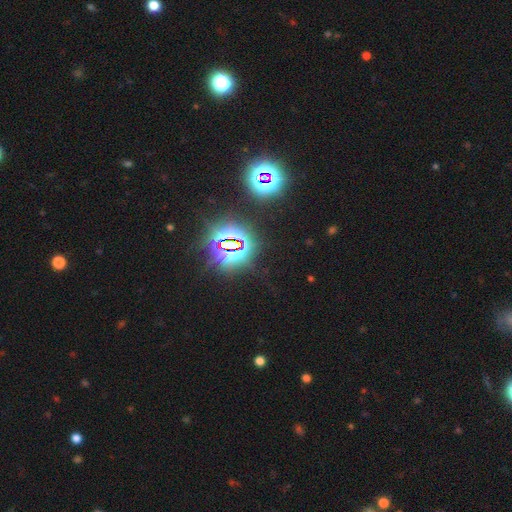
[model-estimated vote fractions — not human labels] Morphology: type=star or artifact (81%).